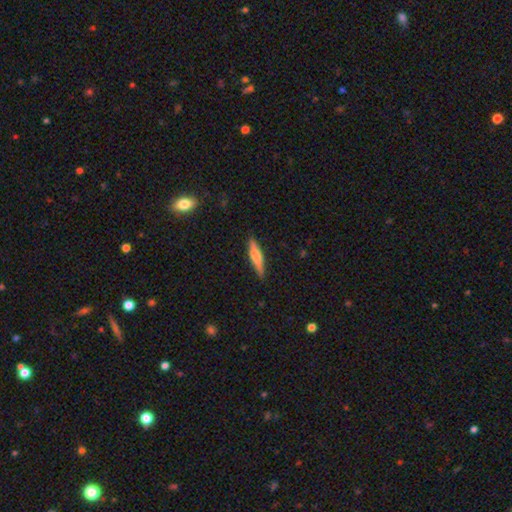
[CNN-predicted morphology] Smooth or featured? Predicted: smooth (p=0.55). How rounded? Predicted: cigar-shaped (p=0.83). Merging? Predicted: none (p=0.87).